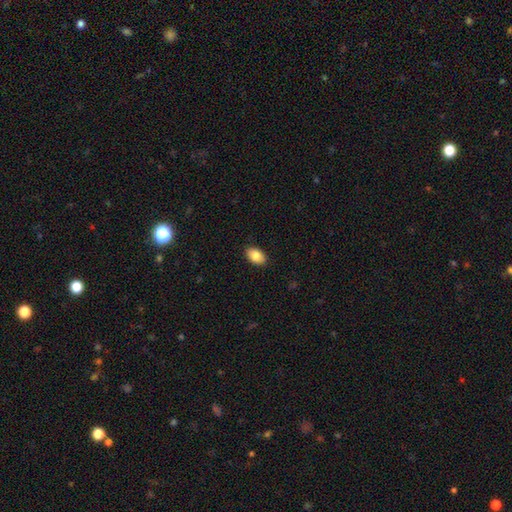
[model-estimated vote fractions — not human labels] Q: Smooth or featured?
A: smooth (85%); runner-up: featured or disk (8%)
Q: How rounded?
A: in between (90%); runner-up: round (8%)
Q: Merging?
A: none (90%); runner-up: minor disturbance (8%)